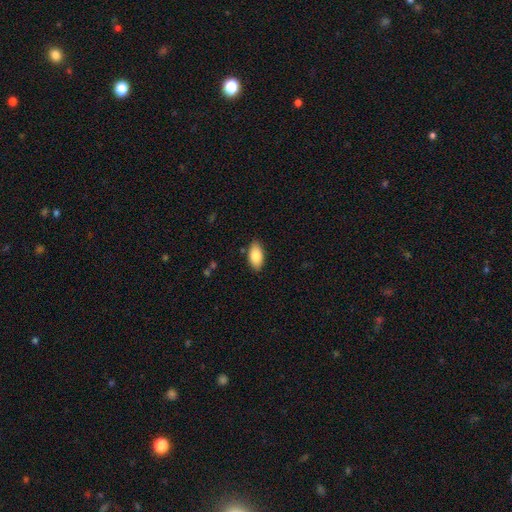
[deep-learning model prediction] A smooth galaxy with no disk features (85%) that is in between round and cigar-shaped (93%). Merging: none (85%).